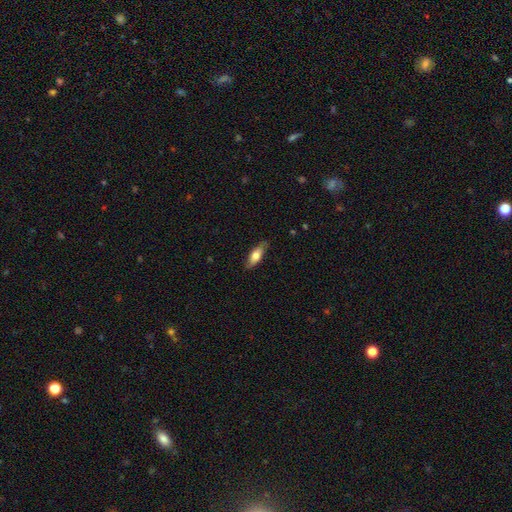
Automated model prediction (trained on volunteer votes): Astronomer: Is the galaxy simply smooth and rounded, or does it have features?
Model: smooth — 67%.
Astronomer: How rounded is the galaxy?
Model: in between — 68%.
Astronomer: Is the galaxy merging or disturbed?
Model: none — 78%.